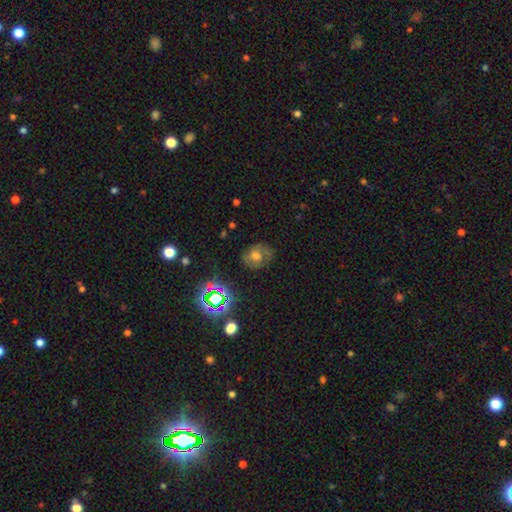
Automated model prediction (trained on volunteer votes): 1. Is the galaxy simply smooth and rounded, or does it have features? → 46% smooth, 34% featured or disk, 20% star or artifact.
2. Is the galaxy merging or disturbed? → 65% none, 22% minor disturbance, 11% major disturbance, 2% merger.